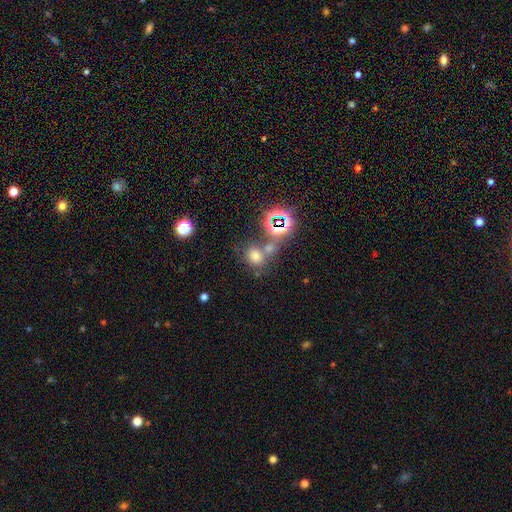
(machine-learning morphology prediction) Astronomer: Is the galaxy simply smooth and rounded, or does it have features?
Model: smooth — 62%.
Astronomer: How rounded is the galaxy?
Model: round — 63%.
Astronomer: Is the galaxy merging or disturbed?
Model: none — 57%.